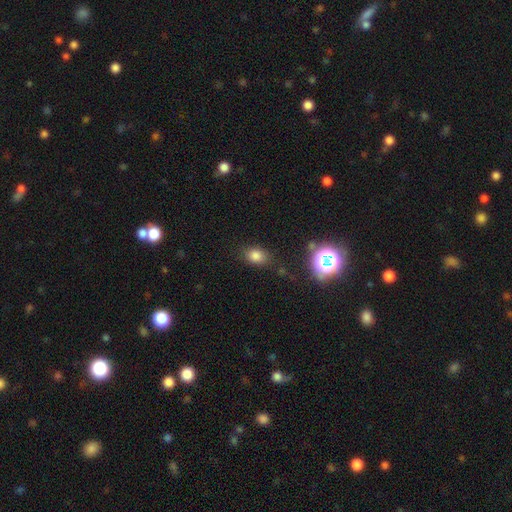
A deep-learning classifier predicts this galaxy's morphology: Smooth or featured? smooth (77%)
How rounded? in between (67%)
Merging? none (77%)